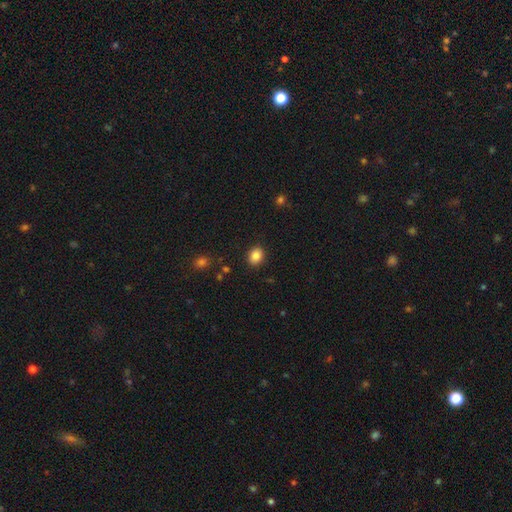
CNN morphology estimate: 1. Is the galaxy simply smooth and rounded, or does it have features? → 86% smooth, 9% star or artifact, 5% featured or disk.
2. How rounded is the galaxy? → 56% in between, 43% round, 1% cigar-shaped.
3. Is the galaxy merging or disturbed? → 88% none, 8% minor disturbance, 2% major disturbance, 1% merger.